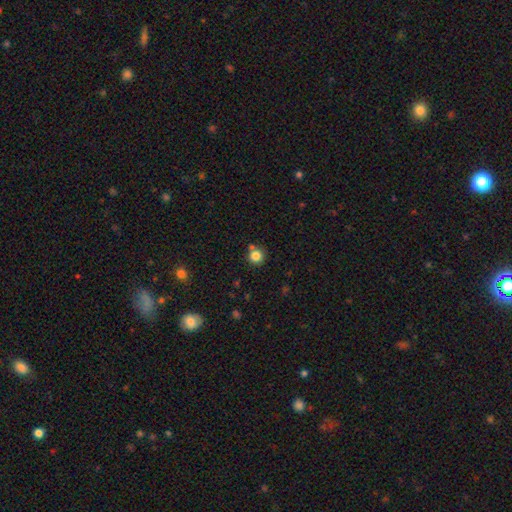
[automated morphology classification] This appears to be a smooth galaxy with no disk features (83%) that is round (93%). Merging: none (75%).